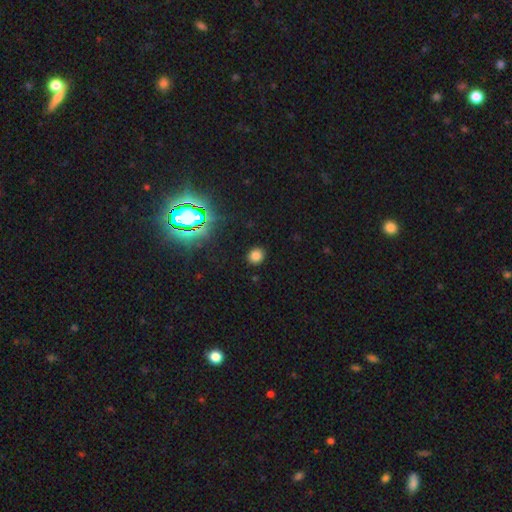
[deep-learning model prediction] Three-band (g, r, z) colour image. It shows a smooth galaxy with no disk features (76%) that is round (82%). Merging: none (90%).